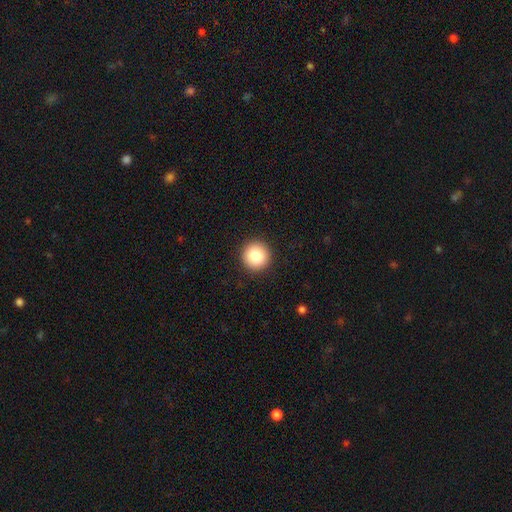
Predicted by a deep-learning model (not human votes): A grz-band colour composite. It shows a smooth galaxy with no disk features (85%) that is round (95%). Merging: none (93%).